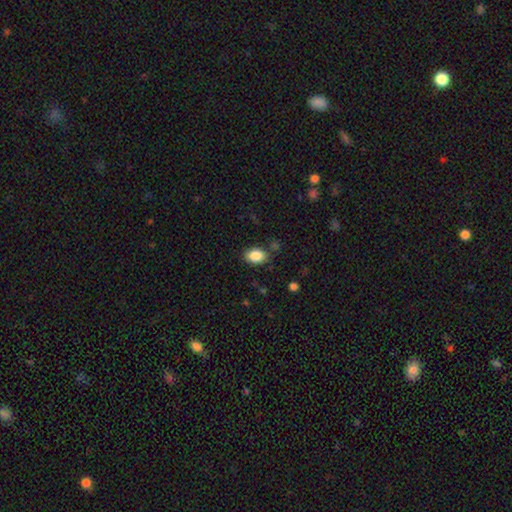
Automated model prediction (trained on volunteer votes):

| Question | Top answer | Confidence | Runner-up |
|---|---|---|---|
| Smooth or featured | smooth | 87% | star or artifact (8%) |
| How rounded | in between | 83% | round (16%) |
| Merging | none | 82% | minor disturbance (12%) |